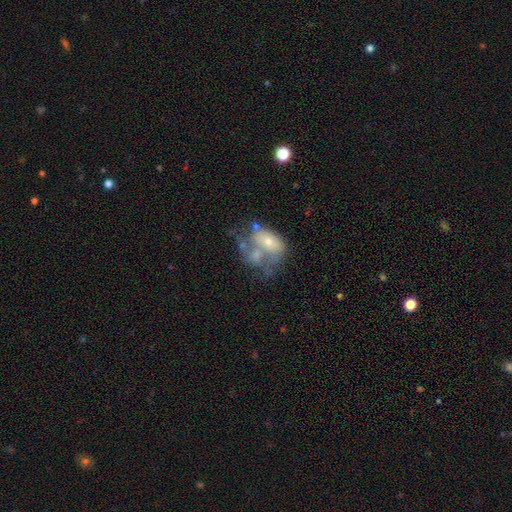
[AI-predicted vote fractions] Q: Smooth or featured?
A: featured or disk (49%); runner-up: smooth (40%)
Q: Merging?
A: merger (47%); runner-up: major disturbance (23%)